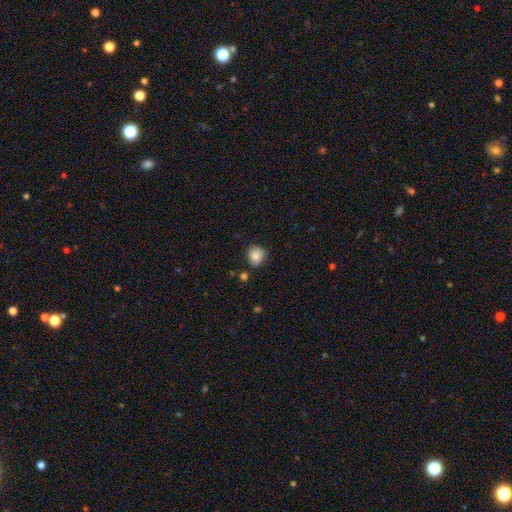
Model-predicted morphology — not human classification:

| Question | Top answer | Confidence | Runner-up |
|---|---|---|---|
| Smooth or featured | smooth | 85% | star or artifact (9%) |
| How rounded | round | 85% | in between (14%) |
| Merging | none | 83% | minor disturbance (11%) |